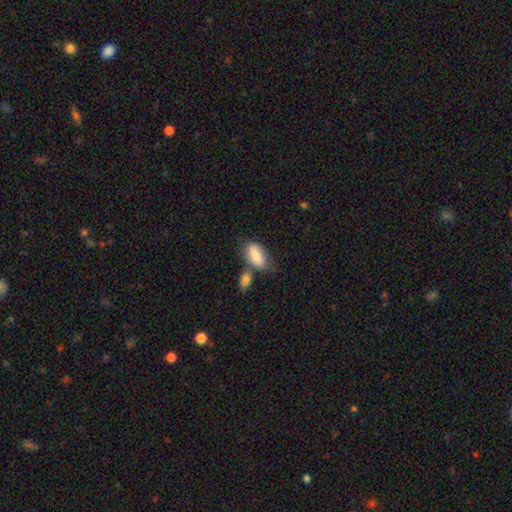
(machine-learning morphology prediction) The model was most divided on "merging" (2-way tie): none: 39%, merger: 39%, minor disturbance: 16%, major disturbance: 7%. More confident: how rounded — in between (91%); smooth or featured — smooth (85%).